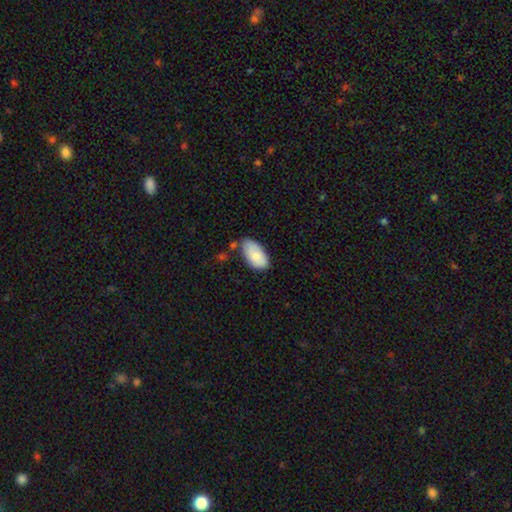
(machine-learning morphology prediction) A smooth galaxy with no disk features (83%) that is in between round and cigar-shaped (95%).

Vote fractions:
- Smooth or featured? smooth: 83% / featured or disk: 11% / star or artifact: 6%
- How rounded? in between: 95% / round: 3% / cigar-shaped: 2%
- Merging? none: 59% / minor disturbance: 28% / merger: 7% / major disturbance: 6%